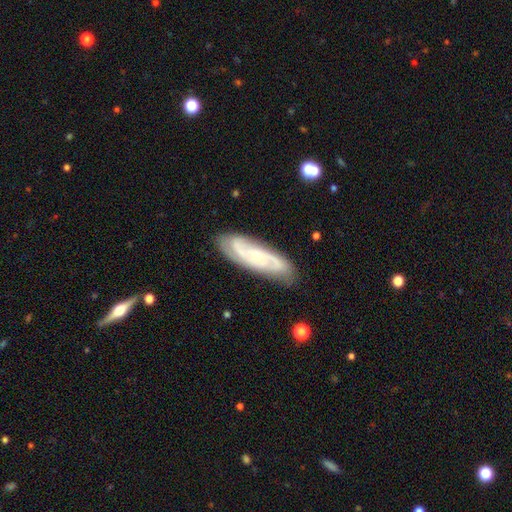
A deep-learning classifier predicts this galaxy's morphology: This appears to be a featured or disk galaxy (79%) with no bar (65%), 2 (48%) tight (44%) spiral arms (95%) and a small central bulge (72%). Merging: none (82%).